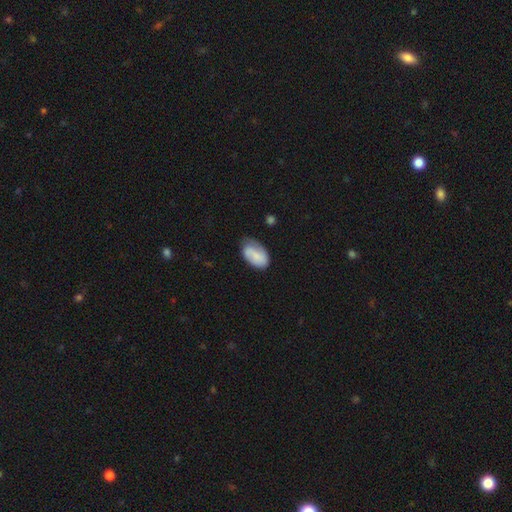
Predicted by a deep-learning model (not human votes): A smooth galaxy with no disk features (68%) that is in between round and cigar-shaped (92%). Merging: none (52%).